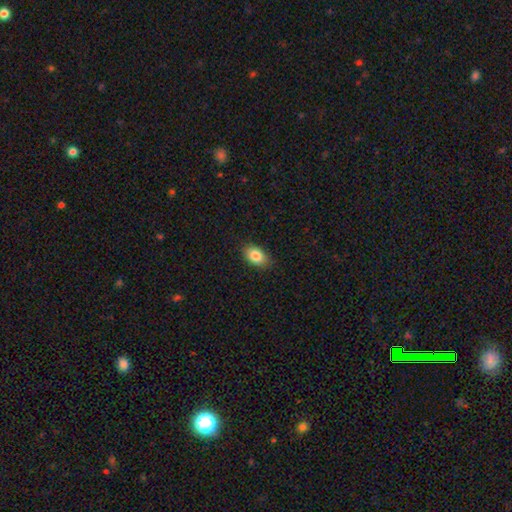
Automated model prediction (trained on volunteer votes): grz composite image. It shows a smooth galaxy with no disk features (85%) that is in between round and cigar-shaped (87%). Merging: none (86%).